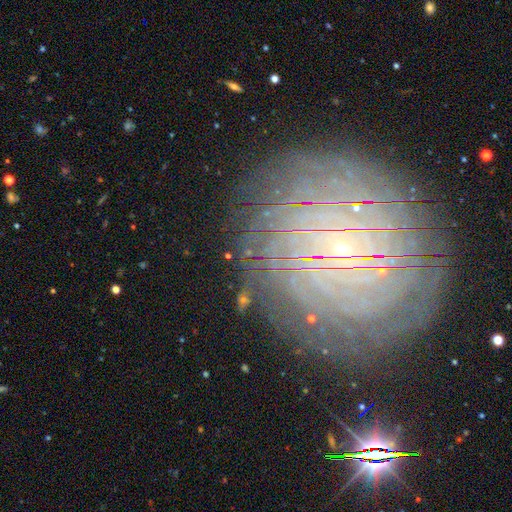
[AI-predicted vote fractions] Smooth or featured: featured or disk — 75% (star or artifact — 14%)
Edge-on disk: no — 96% (yes — 4%)
Bar: no — 63% (weak — 24%)
Spiral arms: yes — 95% (no — 5%)
Spiral winding: tight — 89% (medium — 9%)
Spiral arm count: more than 4 — 35% (can't tell — 26%)
Bulge size: small — 84% (moderate — 12%)
Merging: none — 85% (minor disturbance — 10%)